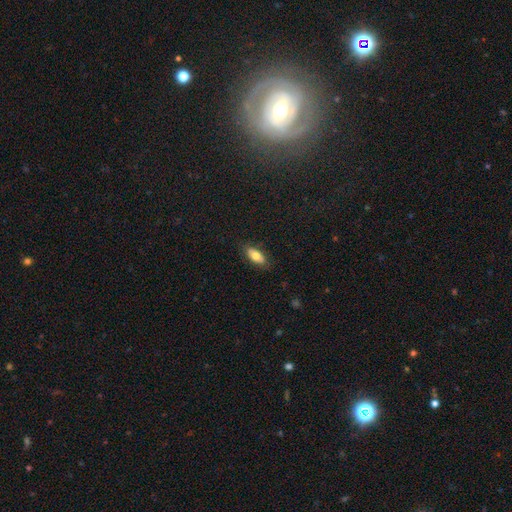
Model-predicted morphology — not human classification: type=smooth (74%); roundness=in between (87%); merging=none (82%).